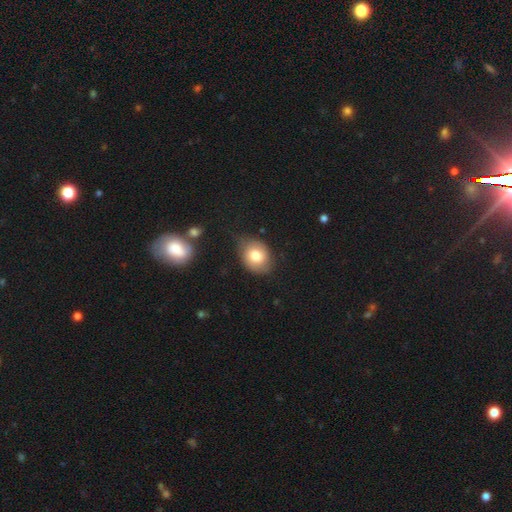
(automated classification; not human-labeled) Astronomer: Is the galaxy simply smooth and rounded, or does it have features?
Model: smooth — 75%.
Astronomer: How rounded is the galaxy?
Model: in between — 56% (runner-up: round, 43%).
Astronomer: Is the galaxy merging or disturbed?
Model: none — 68%.